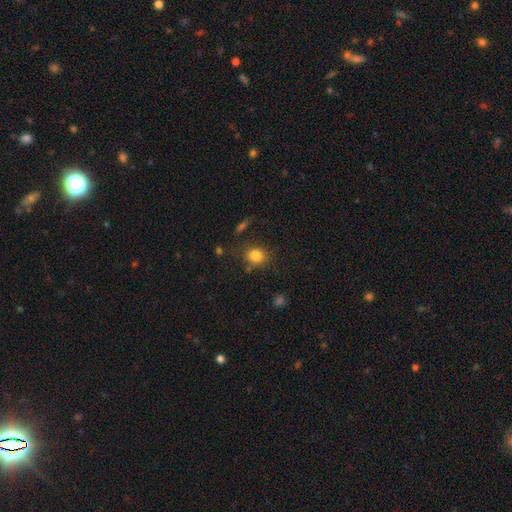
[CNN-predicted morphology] Overall: smooth (82%). How rounded: round (65%; in between 34%). Merging: none (77%).